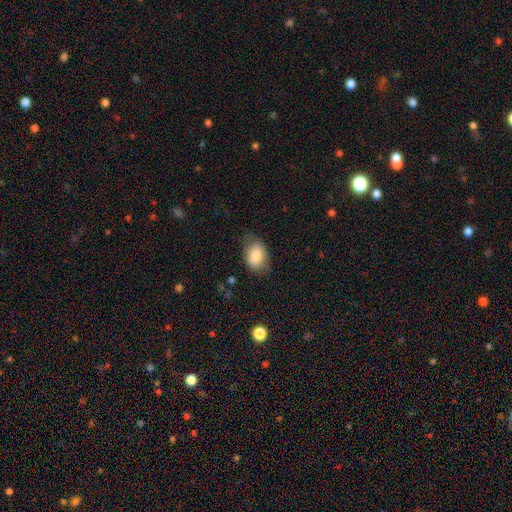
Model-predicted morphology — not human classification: smooth 78%, featured or disk 15%, star or artifact 7%. Down the decision tree: how rounded — in between (81%); merging — none (67%).